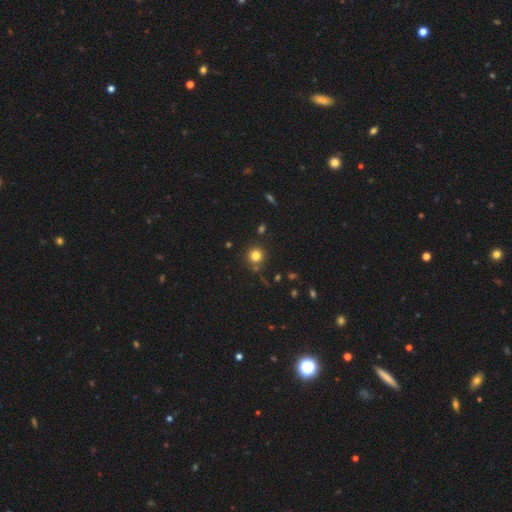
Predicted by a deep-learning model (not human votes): The model was most divided on "smooth or featured": smooth: 80%, star or artifact: 14%, featured or disk: 6%. More confident: how rounded — round (93%); merging — none (82%).